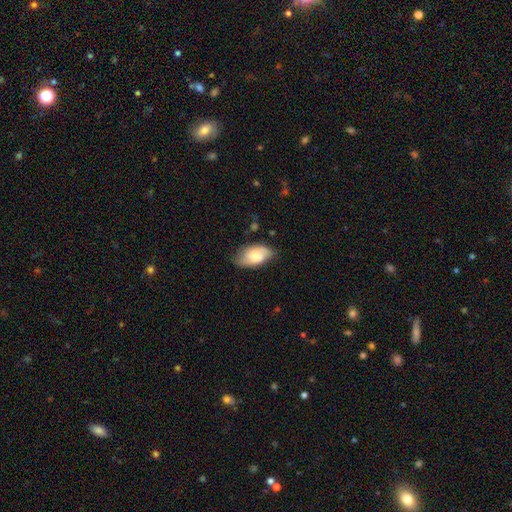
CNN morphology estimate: Smooth or featured? smooth (64%)
How rounded? in between (93%)
Merging? none (65%)